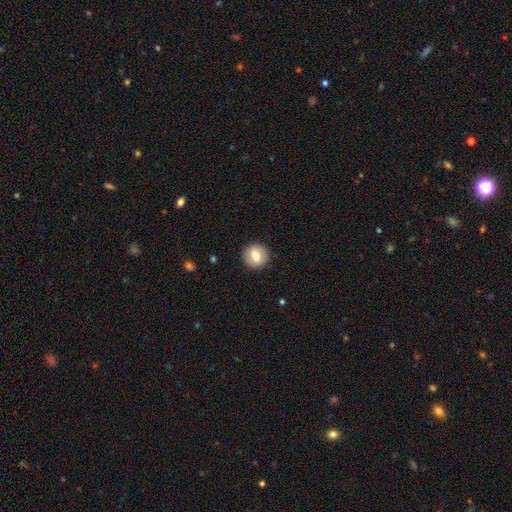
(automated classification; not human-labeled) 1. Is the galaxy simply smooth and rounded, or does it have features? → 74% smooth, 18% featured or disk, 8% star or artifact.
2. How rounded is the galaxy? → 92% round, 7% in between, 1% cigar-shaped.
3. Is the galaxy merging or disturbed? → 91% none, 6% minor disturbance, 2% major disturbance, 1% merger.